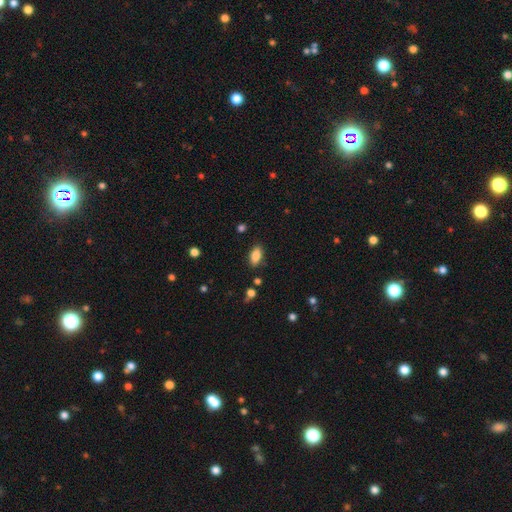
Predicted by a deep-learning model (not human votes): Smooth or featured?
  - smooth: 85% *
  - star or artifact: 8%
  - featured or disk: 7%
How rounded?
  - in between: 89% *
  - cigar-shaped: 8%
  - round: 3%
Merging?
  - none: 85% *
  - minor disturbance: 10%
  - major disturbance: 3%
  - merger: 2%